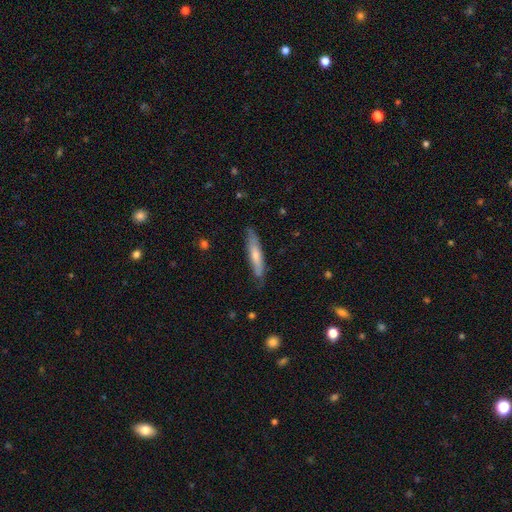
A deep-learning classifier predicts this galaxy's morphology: smooth_or_featured: smooth (p=0.58) [alt: featured or disk p=0.37]
how_rounded: cigar-shaped (p=0.85) [alt: in between p=0.13]
merging: none (p=0.74) [alt: minor disturbance p=0.21]